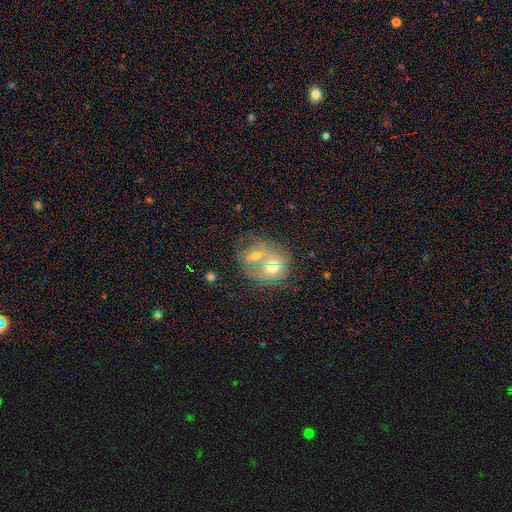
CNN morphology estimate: The model was most divided on "smooth or featured": smooth: 46%, featured or disk: 41%, star or artifact: 13%. More confident: merging — merger (67%).